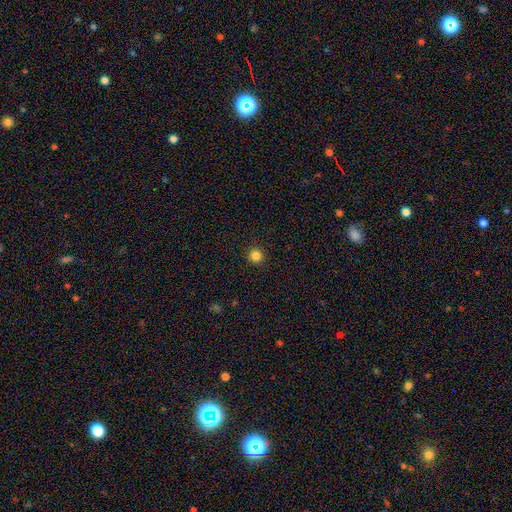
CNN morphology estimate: Overall: smooth (84%). How rounded: round (94%). Merging: none (92%).